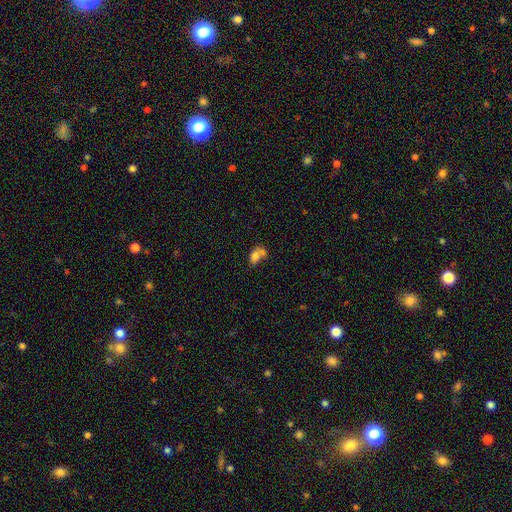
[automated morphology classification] smooth 73%, featured or disk 16%, star or artifact 11%. Down the decision tree: how rounded — in between (75%); merging — merger (45%).